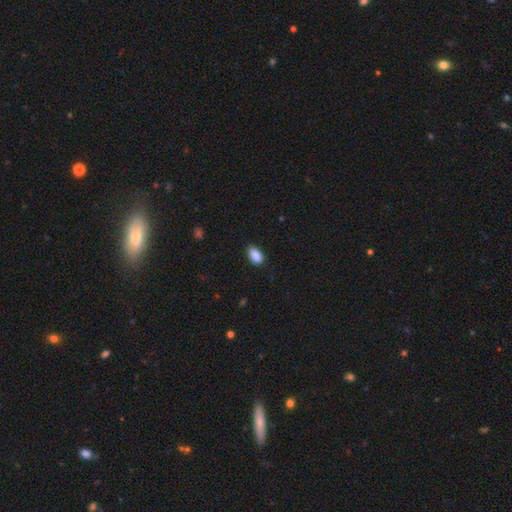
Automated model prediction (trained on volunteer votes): Smooth or featured: smooth — 88% (star or artifact — 8%)
How rounded: in between — 91% (round — 5%)
Merging: none — 80% (minor disturbance — 16%)